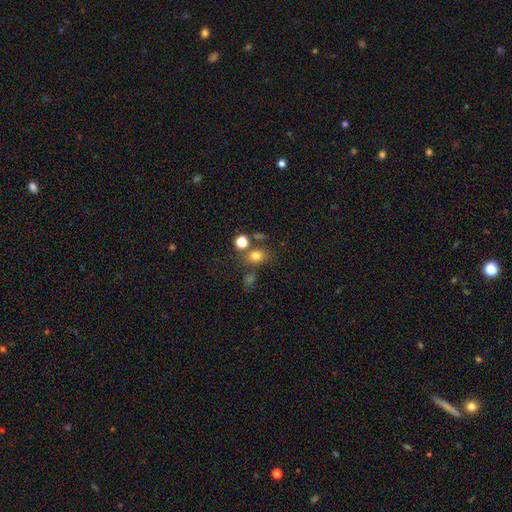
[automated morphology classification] smooth_or_featured: smooth (p=0.74) [alt: star or artifact p=0.16]
how_rounded: round (p=0.56) [alt: in between p=0.43]
merging: none (p=0.64) [alt: merger p=0.17]